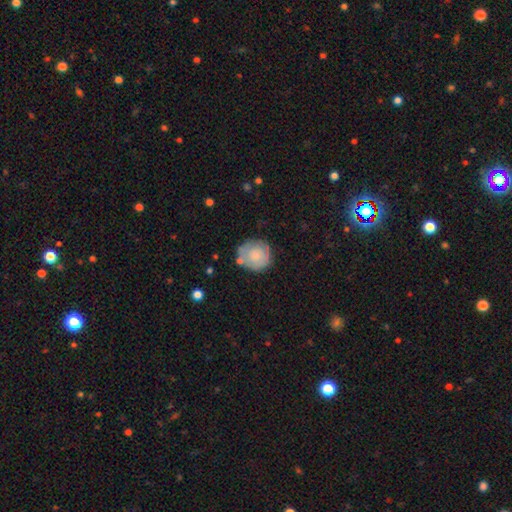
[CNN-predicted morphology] type=smooth (57%); roundness=round (87%); merging=none (66%).